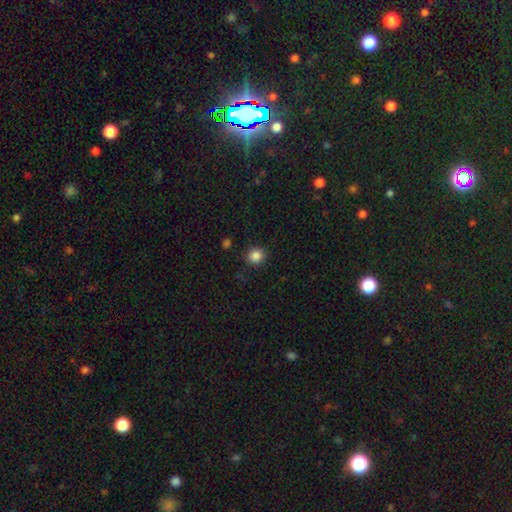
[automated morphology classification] A smooth galaxy with no disk features (86%) that is round (88%). Merging: none (88%).